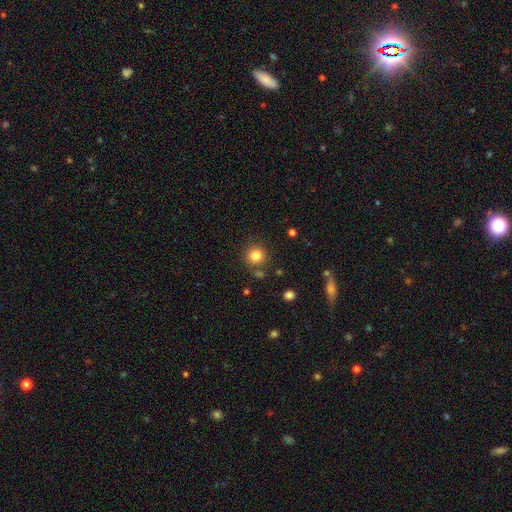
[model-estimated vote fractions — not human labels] This is clearly a smooth galaxy (82%). How rounded: clearly round (93%). Merging: clearly none (84%).